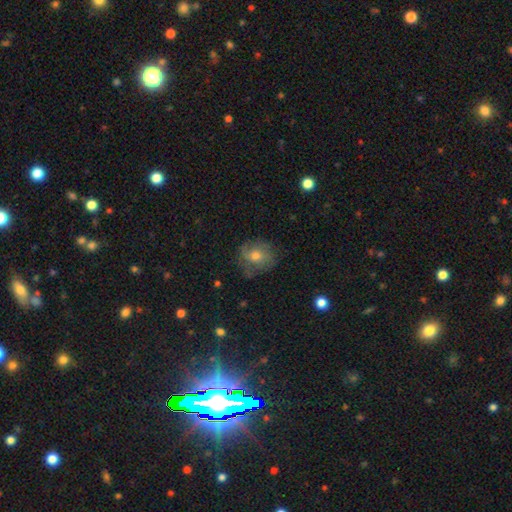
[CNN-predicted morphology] Q: Smooth or featured?
A: smooth (50%); runner-up: featured or disk (38%)
Q: Merging?
A: none (67%); runner-up: minor disturbance (22%)